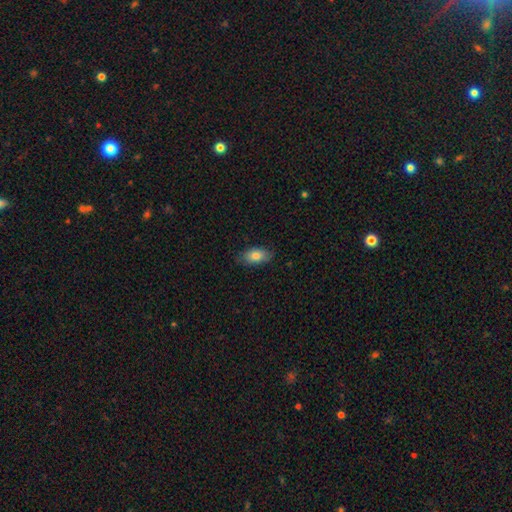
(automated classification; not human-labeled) A smooth galaxy with no disk features (81%) that is in between round and cigar-shaped (90%). Merging: none (83%).